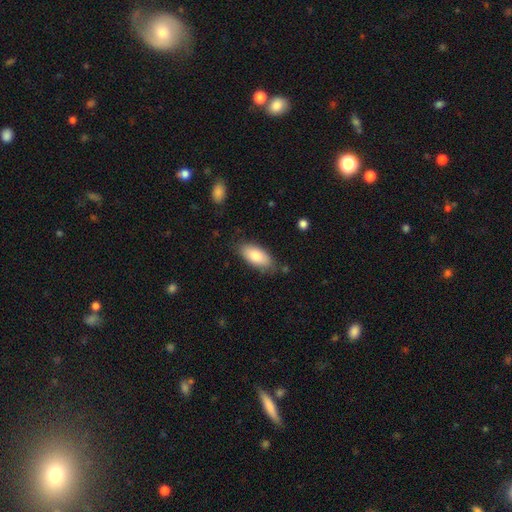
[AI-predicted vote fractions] Smooth or featured: smooth — 81% (featured or disk — 13%)
How rounded: in between — 88% (cigar-shaped — 10%)
Merging: none — 78% (minor disturbance — 17%)